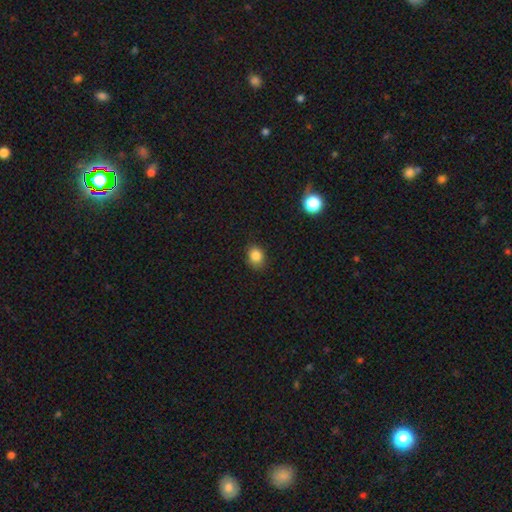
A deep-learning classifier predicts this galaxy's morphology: Smooth or featured? smooth (85%)
How rounded? round (53%)
Merging? none (84%)